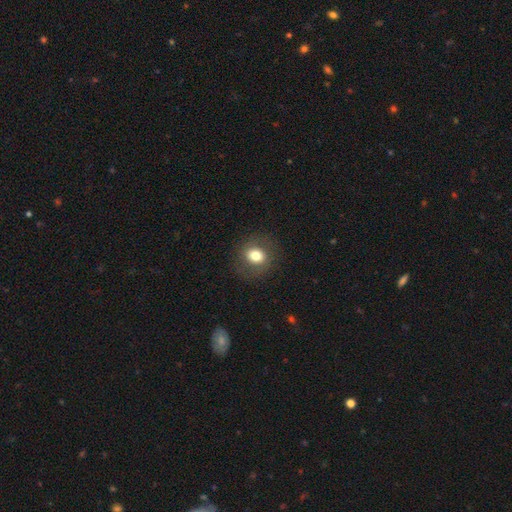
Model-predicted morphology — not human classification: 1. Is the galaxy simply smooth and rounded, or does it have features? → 75% smooth, 15% featured or disk, 10% star or artifact.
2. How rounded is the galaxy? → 71% round, 28% in between, 1% cigar-shaped.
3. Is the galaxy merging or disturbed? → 85% none, 10% minor disturbance, 5% major disturbance, 1% merger.